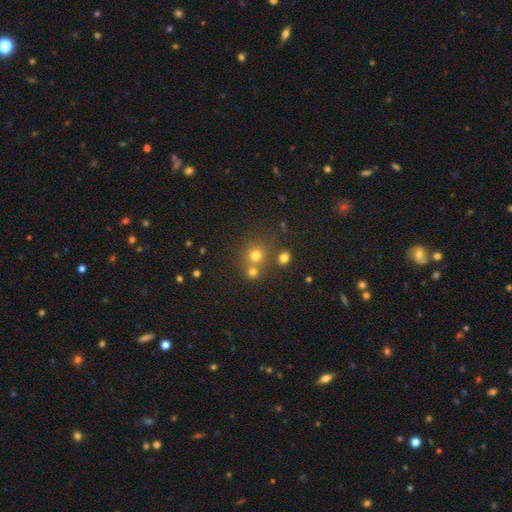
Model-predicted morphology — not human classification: type=smooth (69%); roundness=round (89%); merging=none (61%).